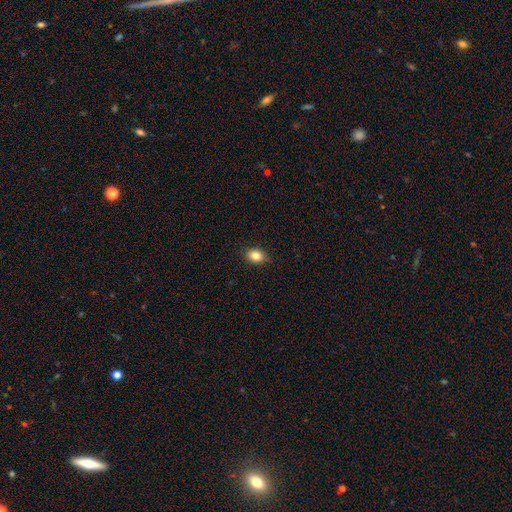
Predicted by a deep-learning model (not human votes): smooth_or_featured: smooth (p=0.84) [alt: star or artifact p=0.09]
how_rounded: in between (p=0.68) [alt: round p=0.31]
merging: none (p=0.87) [alt: minor disturbance p=0.10]